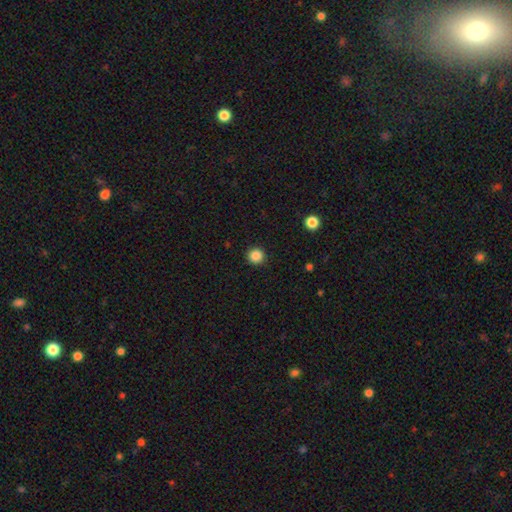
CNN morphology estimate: Smooth or featured? smooth (86%)
How rounded? round (95%)
Merging? none (93%)